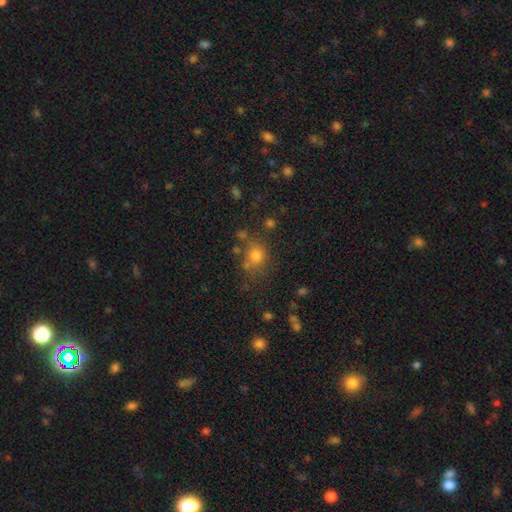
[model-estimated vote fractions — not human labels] Q: Smooth or featured?
A: smooth (73%); runner-up: star or artifact (18%)
Q: How rounded?
A: round (79%); runner-up: in between (20%)
Q: Merging?
A: none (63%); runner-up: minor disturbance (15%)